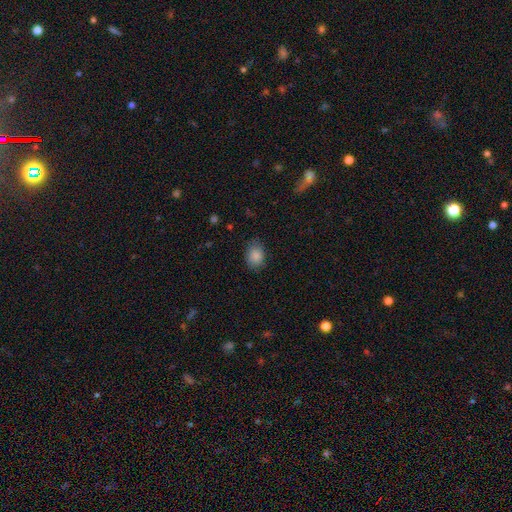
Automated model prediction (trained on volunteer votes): A smooth galaxy with no disk features (87%) that is in between round and cigar-shaped (66%).

Vote fractions:
- Smooth or featured? smooth: 87% / star or artifact: 8% / featured or disk: 4%
- How rounded? in between: 66% / round: 33% / cigar-shaped: 1%
- Merging? none: 81% / minor disturbance: 15% / major disturbance: 4% / merger: 1%